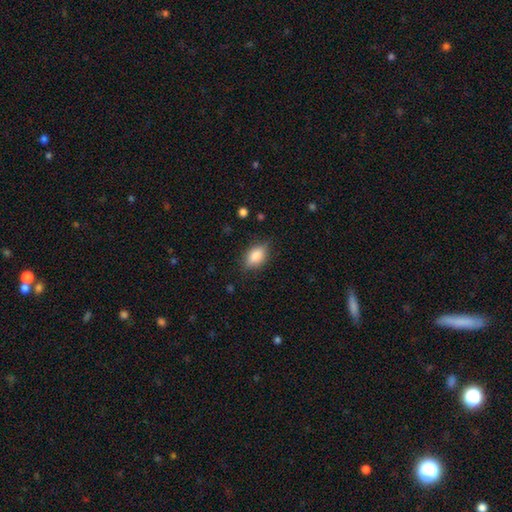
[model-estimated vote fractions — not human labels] This appears to be a smooth galaxy with no disk features (79%) that is in between round and cigar-shaped (84%). Merging: none (75%).